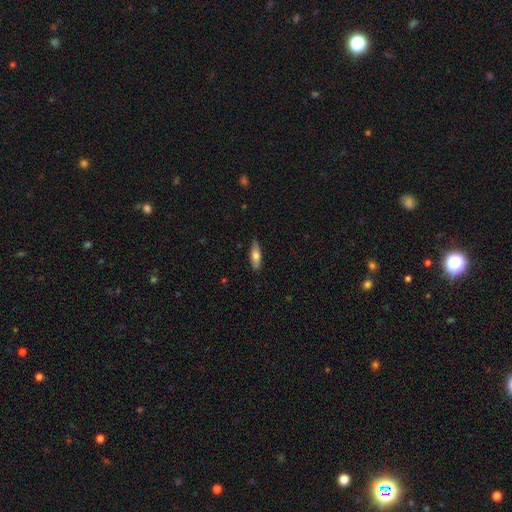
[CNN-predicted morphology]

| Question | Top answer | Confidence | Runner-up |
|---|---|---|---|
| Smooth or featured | smooth | 71% | featured or disk (23%) |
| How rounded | in between | 57% | cigar-shaped (41%) |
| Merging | none | 85% | minor disturbance (12%) |